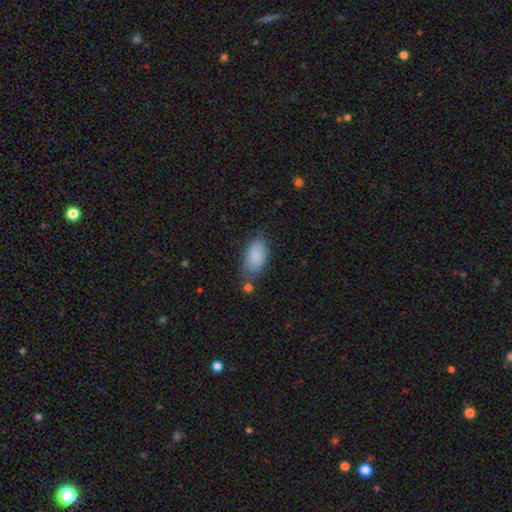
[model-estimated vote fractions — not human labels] Smooth or featured: smooth — 87% (star or artifact — 7%)
How rounded: in between — 93% (round — 3%)
Merging: none — 65% (minor disturbance — 22%)